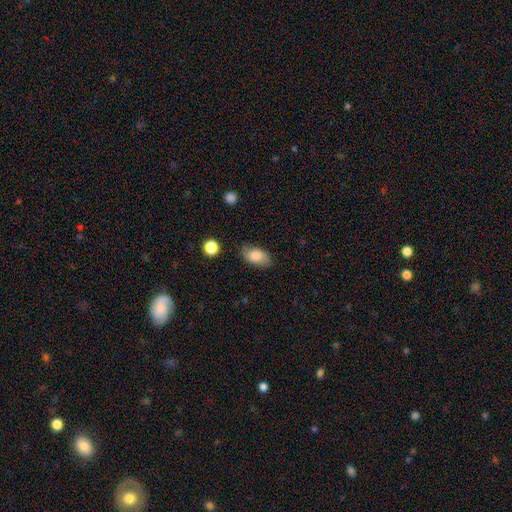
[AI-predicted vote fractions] Smooth or featured? Predicted: smooth (p=0.78). How rounded? Predicted: in between (p=0.90). Merging? Predicted: none (p=0.79).